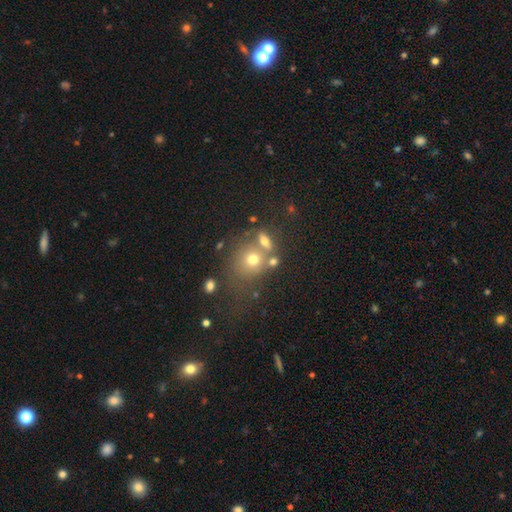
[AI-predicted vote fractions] Q: Smooth or featured?
A: smooth (54%); runner-up: star or artifact (29%)
Q: How rounded?
A: round (73%); runner-up: in between (26%)
Q: Merging?
A: none (49%); runner-up: merger (35%)